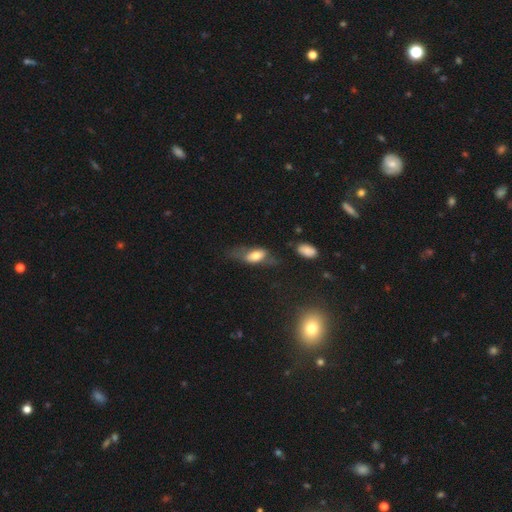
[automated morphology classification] Smooth or featured?
  - smooth: 63% *
  - featured or disk: 28%
  - star or artifact: 9%
How rounded?
  - in between: 80% *
  - cigar-shaped: 15%
  - round: 5%
Merging?
  - none: 41% *
  - major disturbance: 29%
  - minor disturbance: 26%
  - merger: 4%